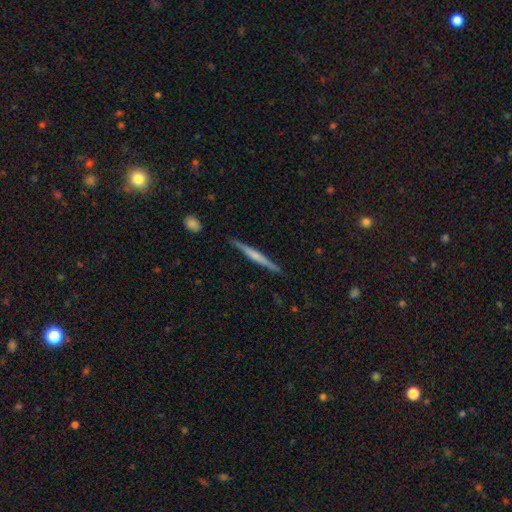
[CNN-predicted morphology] The model was most divided on "edge-on bulge": rounded: 47%, none: 41%, boxy: 13%. More confident: edge-on disk — yes (98%); merging — none (90%); smooth or featured — featured or disk (60%).